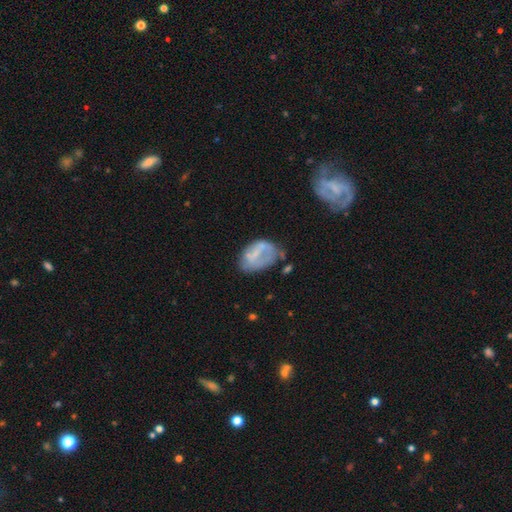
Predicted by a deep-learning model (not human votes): Overall: smooth (46%; featured or disk 44%). Merging: none (37%; minor disturbance 31%).